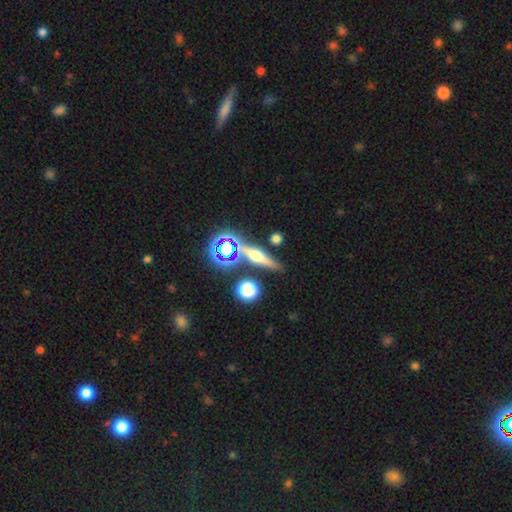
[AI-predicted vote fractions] This is possibly a featured or disk galaxy (58%). It is clearly viewed edge-on (91%). Edge-on bulge: clearly rounded (92%). Merging: clearly none (82%).